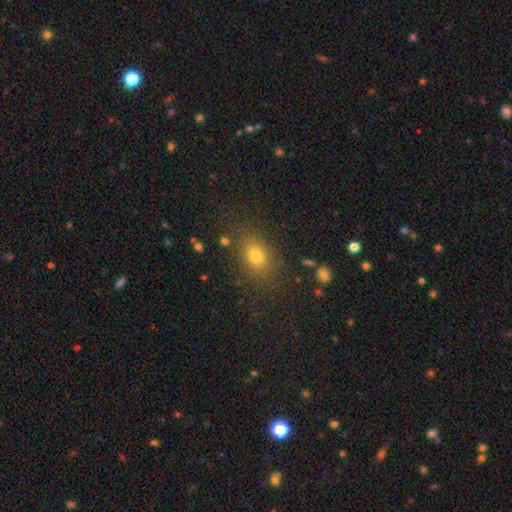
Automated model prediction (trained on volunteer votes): This is likely a smooth galaxy (76%). How rounded: likely in between (67%). Merging: likely none (80%).